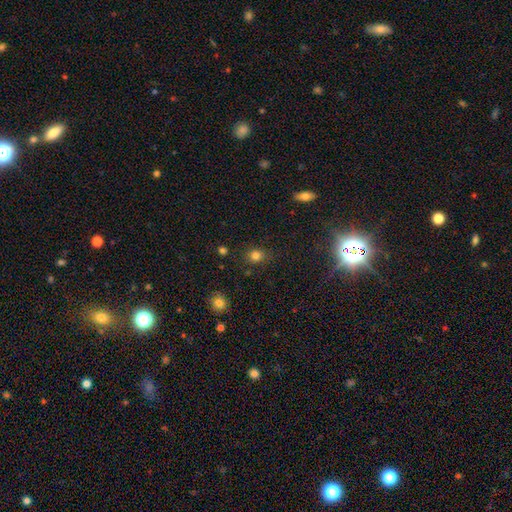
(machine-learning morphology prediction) A smooth galaxy with no disk features (80%) that is round (76%). Merging: none (81%).